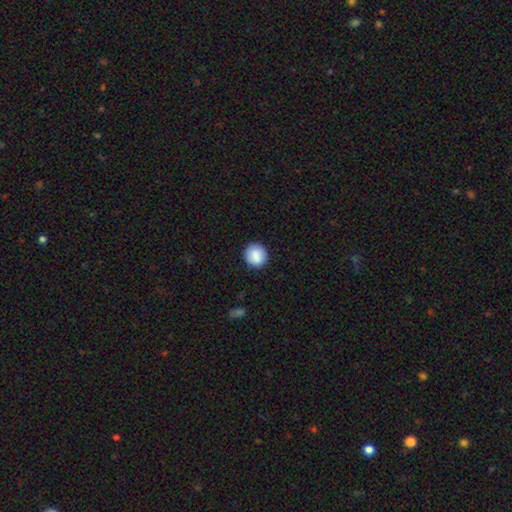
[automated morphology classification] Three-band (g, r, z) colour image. It shows a smooth galaxy with no disk features (86%) that is round (87%). Merging: none (87%).